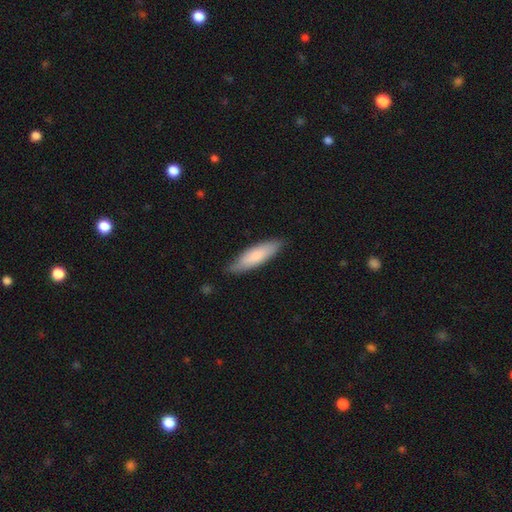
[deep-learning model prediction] Smooth or featured?
  - smooth: 76% *
  - featured or disk: 19%
  - star or artifact: 5%
How rounded?
  - cigar-shaped: 56% *
  - in between: 43%
  - round: 1%
Merging?
  - none: 81% *
  - minor disturbance: 16%
  - major disturbance: 2%
  - merger: 1%